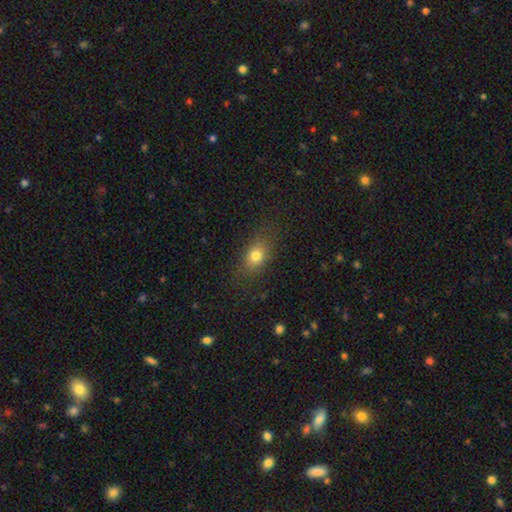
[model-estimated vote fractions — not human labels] Smooth or featured: smooth — 77% (star or artifact — 13%)
How rounded: in between — 66% (round — 30%)
Merging: none — 80% (minor disturbance — 13%)